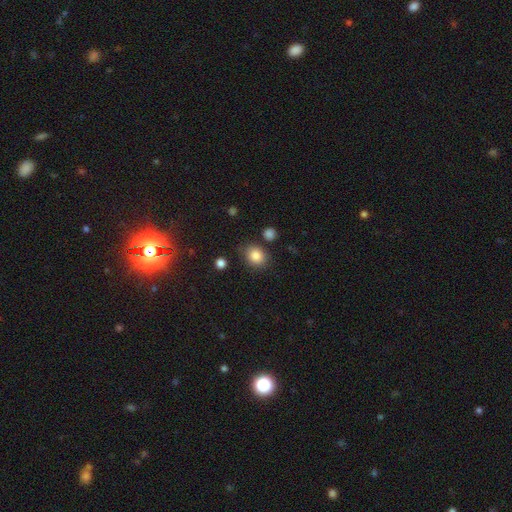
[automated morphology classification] type=smooth (85%); roundness=round (60%); merging=none (78%).